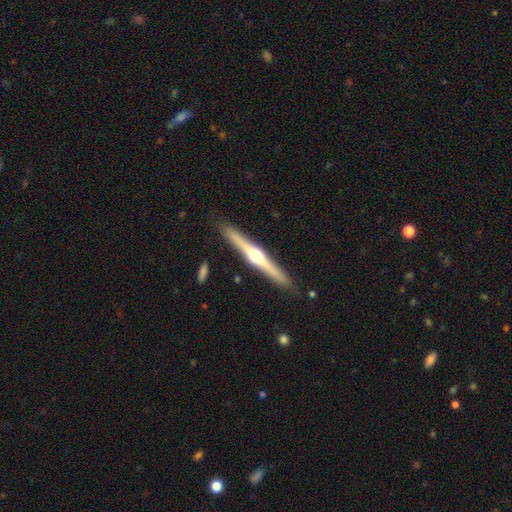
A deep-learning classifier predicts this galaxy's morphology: A featured or disk galaxy (77%) viewed edge-on (98%) with a rounded central bulge (94%).

Vote fractions:
- Smooth or featured? featured or disk: 77% / smooth: 18% / star or artifact: 5%
- Edge-on disk? yes: 98% / no: 2%
- Edge-on bulge? rounded: 94% / boxy: 3% / none: 3%
- Merging? none: 90% / minor disturbance: 7% / merger: 1% / major disturbance: 1%